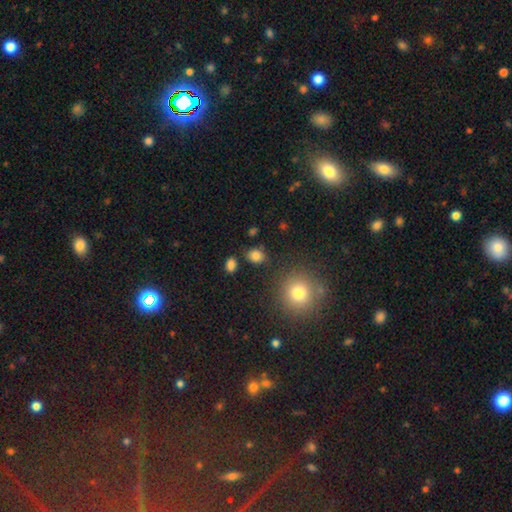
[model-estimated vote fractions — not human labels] This is clearly a smooth galaxy (82%). How rounded: possibly in between (52%). Merging: clearly none (81%).